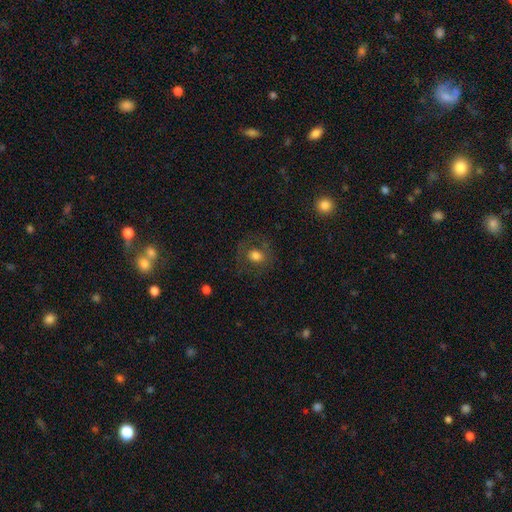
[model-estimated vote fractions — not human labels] smooth-or-featured: smooth: 68% | featured or disk: 20% | star or artifact: 12%
  how-rounded: round: 70% | in between: 29% | cigar-shaped: 1%
  merging: none: 74% | minor disturbance: 15% | major disturbance: 10% | merger: 2%